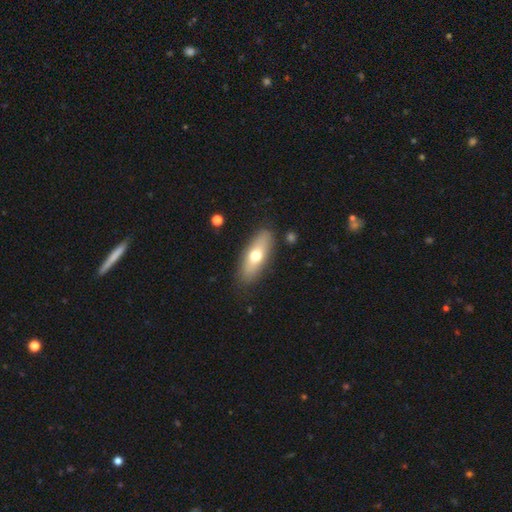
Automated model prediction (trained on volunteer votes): Smooth or featured? smooth (63%)
How rounded? in between (64%)
Merging? none (86%)